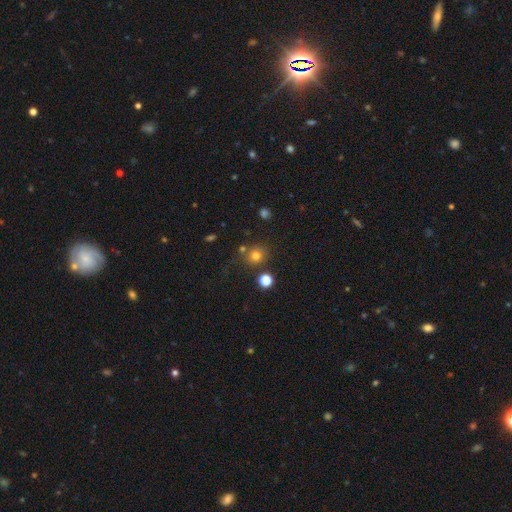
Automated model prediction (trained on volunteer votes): Q: Smooth or featured?
A: smooth (76%); runner-up: star or artifact (16%)
Q: How rounded?
A: round (83%); runner-up: in between (16%)
Q: Merging?
A: none (75%); runner-up: minor disturbance (11%)